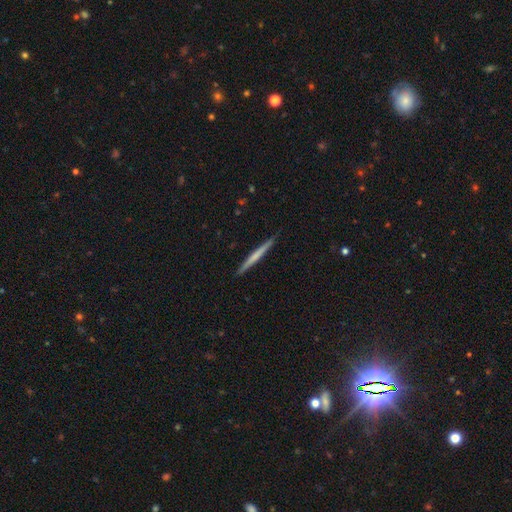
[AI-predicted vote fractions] A featured or disk galaxy (48%).

Vote fractions:
- Smooth or featured? featured or disk: 48% / smooth: 47% / star or artifact: 5%
- Merging? none: 90% / minor disturbance: 7% / major disturbance: 1% / merger: 1%